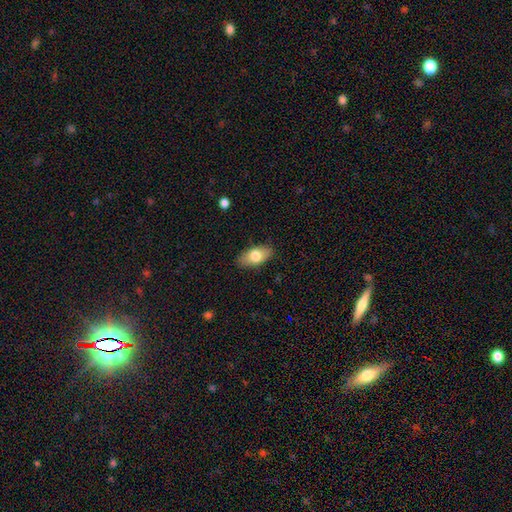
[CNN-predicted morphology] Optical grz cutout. It shows a smooth galaxy with no disk features (75%) that is in between round and cigar-shaped (90%). Merging: none (86%).